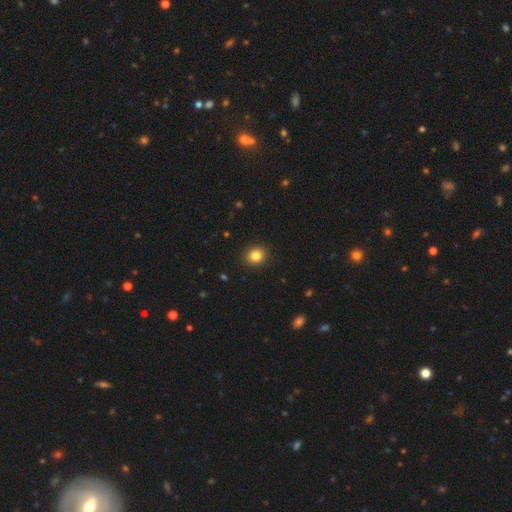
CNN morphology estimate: Smooth or featured? smooth (84%)
How rounded? round (80%)
Merging? none (92%)